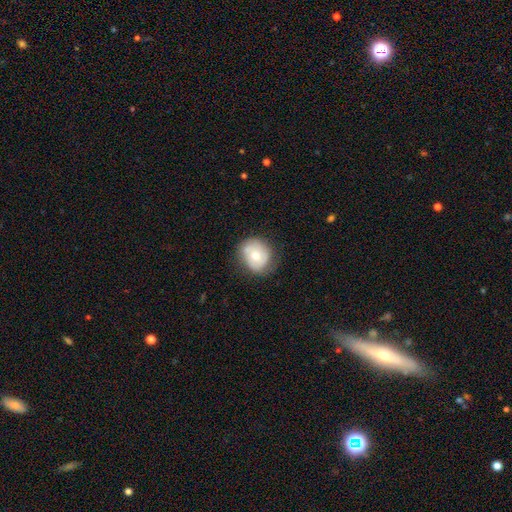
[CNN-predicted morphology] Smooth or featured? Predicted: smooth (p=0.52). How rounded? Predicted: round (p=0.67). Merging? Predicted: none (p=0.66).